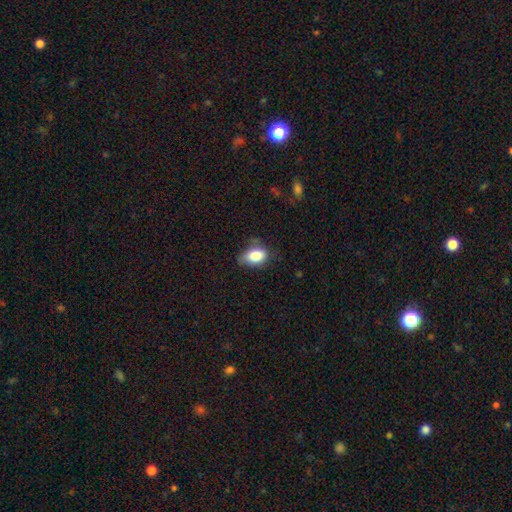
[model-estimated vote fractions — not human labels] Smooth or featured: smooth — 82% (featured or disk — 10%)
How rounded: in between — 85% (round — 14%)
Merging: none — 55% (minor disturbance — 34%)